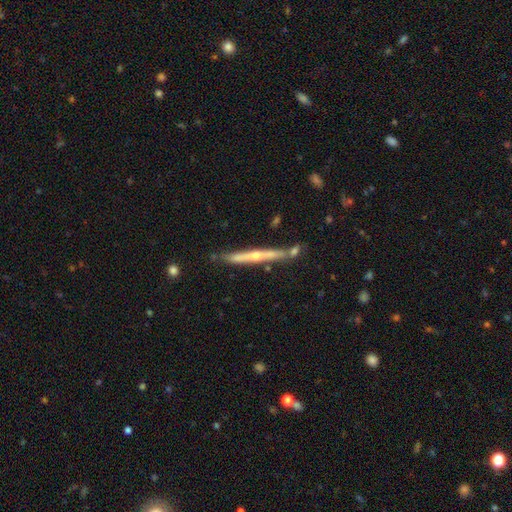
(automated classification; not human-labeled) The model was most divided on "smooth or featured": featured or disk: 70%, smooth: 23%, star or artifact: 6%. More confident: edge-on disk — yes (96%); merging — none (76%); edge-on bulge — rounded (73%).